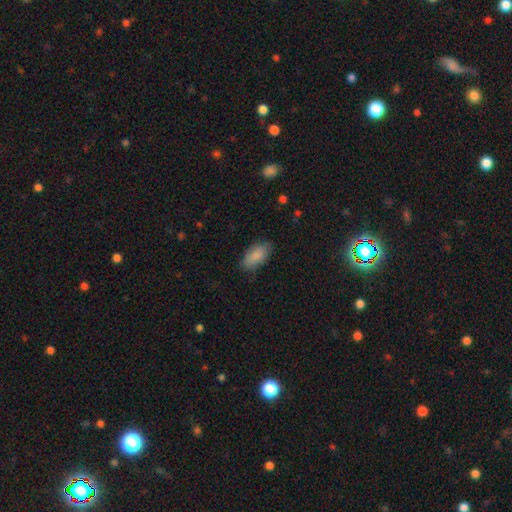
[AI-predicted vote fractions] smooth-or-featured: smooth: 88% | star or artifact: 6% | featured or disk: 6%
  how-rounded: in between: 91% | cigar-shaped: 7% | round: 2%
  merging: none: 82% | minor disturbance: 14% | major disturbance: 3% | merger: 1%